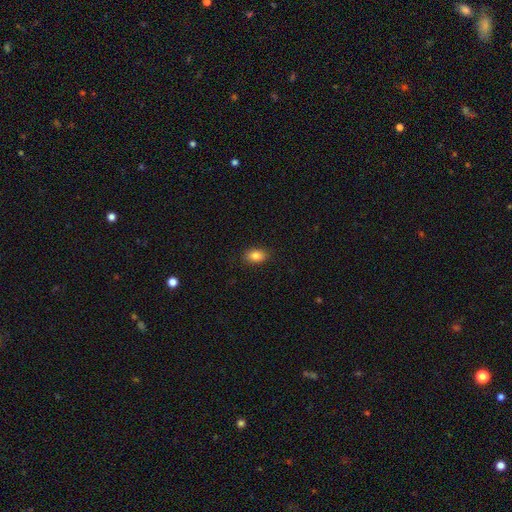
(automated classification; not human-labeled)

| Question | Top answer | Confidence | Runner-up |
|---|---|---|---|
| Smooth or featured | smooth | 83% | star or artifact (9%) |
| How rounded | in between | 84% | round (15%) |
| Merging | none | 89% | minor disturbance (9%) |